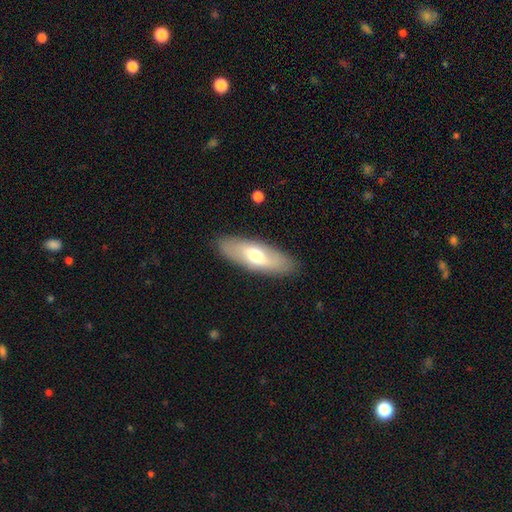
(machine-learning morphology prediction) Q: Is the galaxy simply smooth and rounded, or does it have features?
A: smooth — 56%.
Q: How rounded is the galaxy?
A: in between — 69%.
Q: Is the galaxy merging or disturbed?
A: none — 88%.